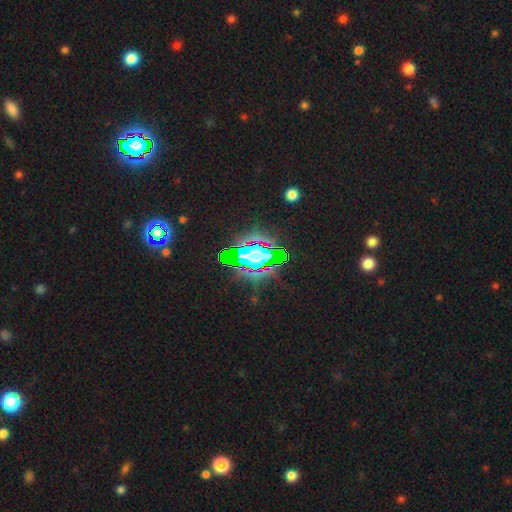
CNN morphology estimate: This appears to be a star or artifact, not a galaxy (62%).